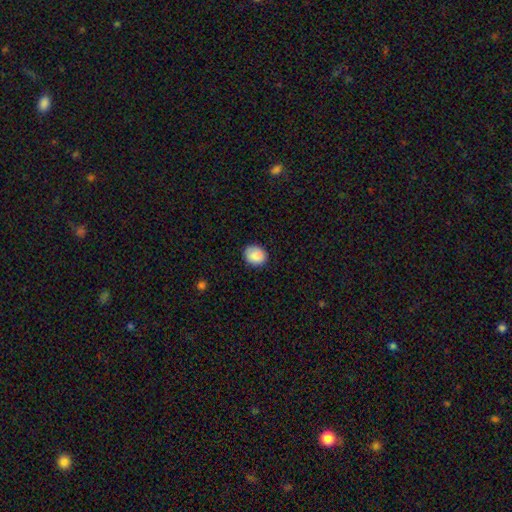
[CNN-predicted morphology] Smooth or featured? smooth (88%)
How rounded? round (67%)
Merging? none (84%)